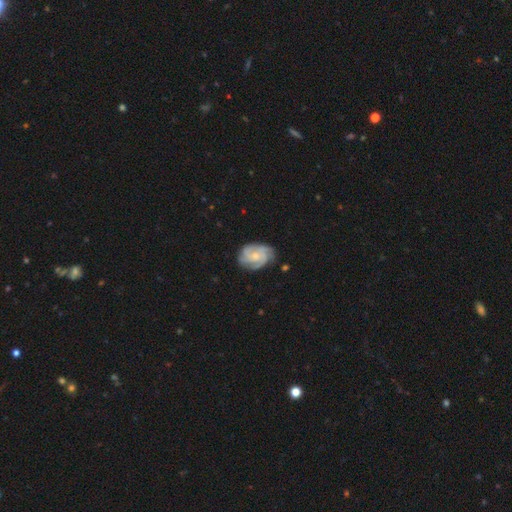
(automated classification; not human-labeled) Q: Smooth or featured?
A: featured or disk (81%); runner-up: smooth (14%)
Q: Edge-on disk?
A: no (98%); runner-up: yes (2%)
Q: Bar?
A: no (71%); runner-up: weak (25%)
Q: Spiral arms?
A: yes (96%); runner-up: no (4%)
Q: Spiral winding?
A: tight (55%); runner-up: medium (37%)
Q: Spiral arm count?
A: 3 (38%); runner-up: 4 (23%)
Q: Bulge size?
A: small (51%); runner-up: moderate (41%)
Q: Merging?
A: none (74%); runner-up: minor disturbance (19%)